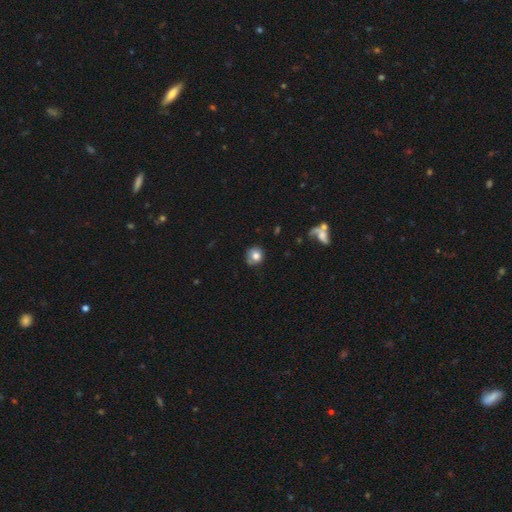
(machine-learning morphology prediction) Smooth or featured: smooth — 79% (featured or disk — 12%)
How rounded: round — 87% (in between — 12%)
Merging: none — 72% (minor disturbance — 19%)